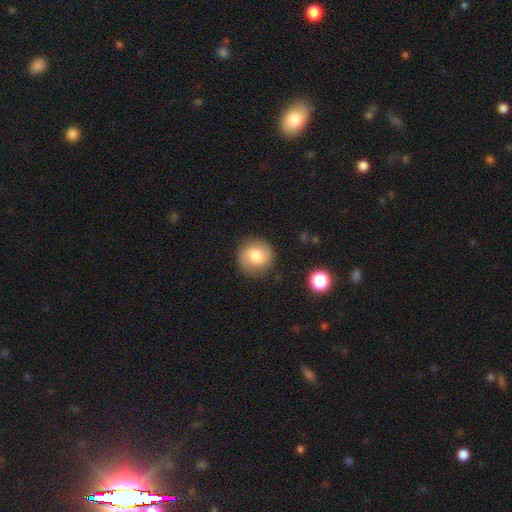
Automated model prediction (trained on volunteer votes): Smooth or featured? Predicted: smooth (p=0.76). How rounded? Predicted: round (p=0.93). Merging? Predicted: none (p=0.85).